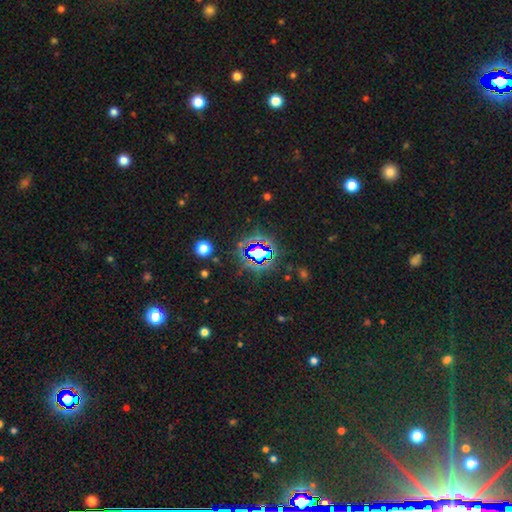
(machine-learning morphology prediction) Smooth or featured: star or artifact — 75% (smooth — 15%)